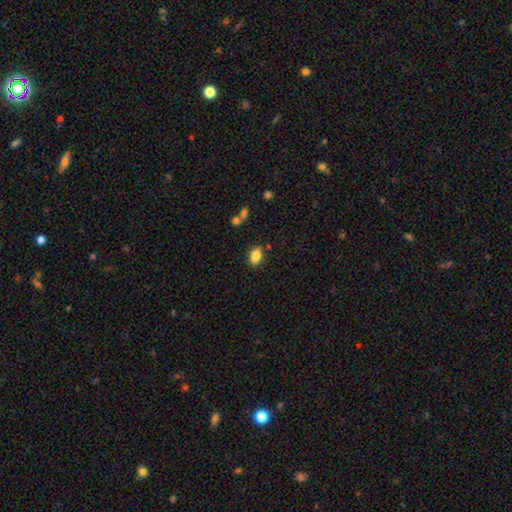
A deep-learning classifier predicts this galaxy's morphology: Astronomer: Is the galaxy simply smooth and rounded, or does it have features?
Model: smooth — 85%.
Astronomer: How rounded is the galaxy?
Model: in between — 86%.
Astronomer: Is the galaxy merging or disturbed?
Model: none — 83%.